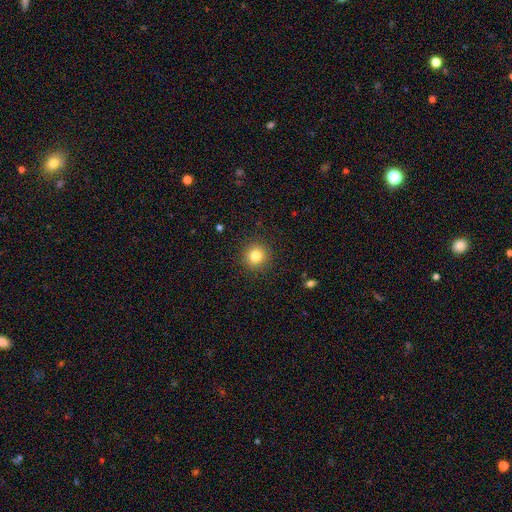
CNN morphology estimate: type=smooth (81%); roundness=round (93%); merging=none (91%).